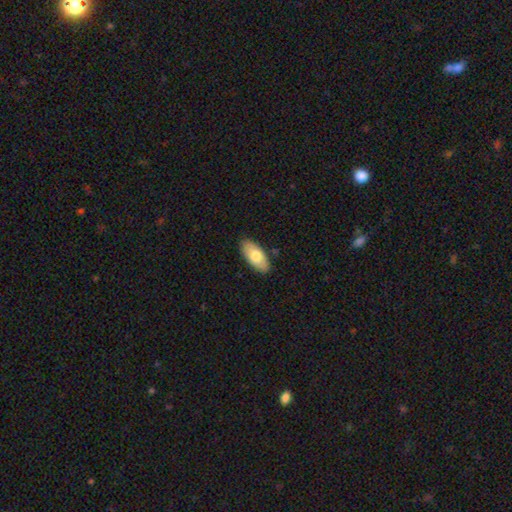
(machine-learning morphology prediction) Smooth or featured: smooth — 75% (featured or disk — 20%)
How rounded: in between — 91% (cigar-shaped — 7%)
Merging: none — 88% (minor disturbance — 9%)